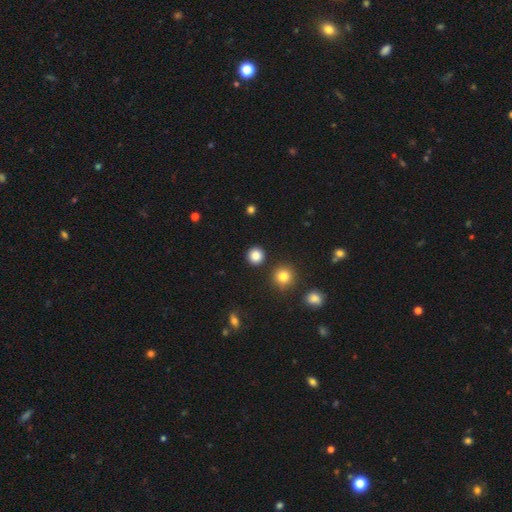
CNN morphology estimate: The model was most divided on "smooth or featured": smooth: 85%, star or artifact: 11%, featured or disk: 4%. More confident: how rounded — round (93%); merging — none (91%).